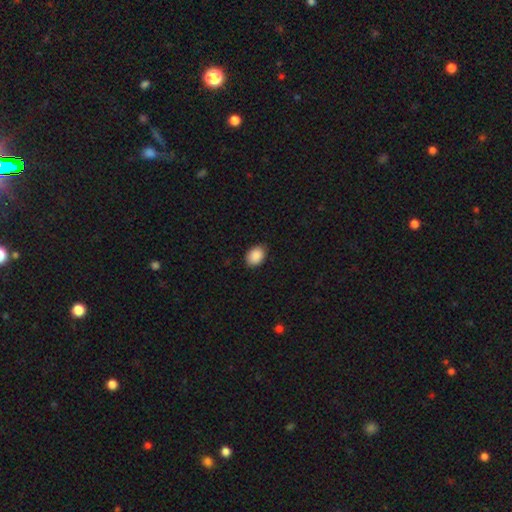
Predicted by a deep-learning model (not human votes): A smooth galaxy with no disk features (90%) that is in between round and cigar-shaped (75%).

Vote fractions:
- Smooth or featured? smooth: 90% / star or artifact: 7% / featured or disk: 3%
- How rounded? in between: 75% / round: 24% / cigar-shaped: 1%
- Merging? none: 84% / minor disturbance: 13% / major disturbance: 2% / merger: 1%